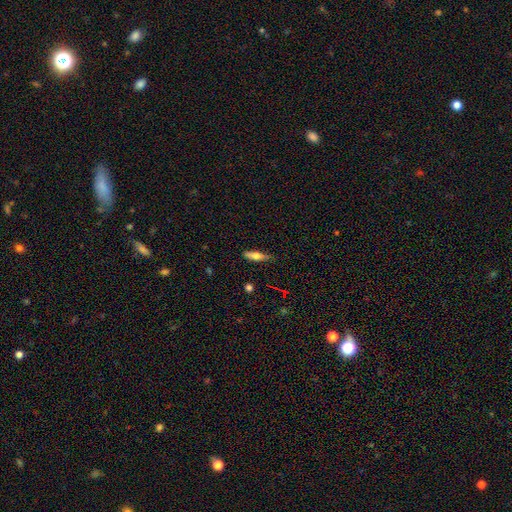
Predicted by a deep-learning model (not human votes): Overall: smooth (55%; featured or disk 38%). How rounded: cigar-shaped (64%; in between 33%). Merging: none (81%).